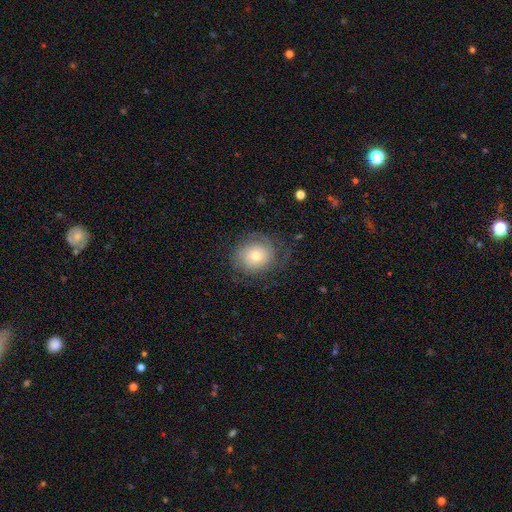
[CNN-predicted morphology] Smooth or featured?
  - featured or disk: 57% *
  - smooth: 35%
  - star or artifact: 8%
Edge-on disk?
  - no: 97% *
  - yes: 3%
Bar?
  - no: 83% *
  - weak: 14%
  - strong: 3%
Spiral arms?
  - yes: 84% *
  - no: 16%
Bulge size?
  - moderate: 49% *
  - small: 43%
  - large: 5%
  - dominant: 2%
  - none: 1%
Merging?
  - none: 68% *
  - minor disturbance: 18%
  - major disturbance: 12%
  - merger: 1%